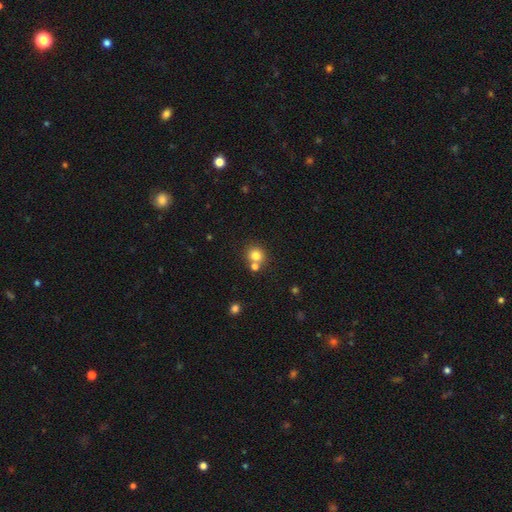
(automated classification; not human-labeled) Smooth or featured: smooth — 78% (star or artifact — 13%)
How rounded: round — 86% (in between — 13%)
Merging: none — 61% (merger — 29%)